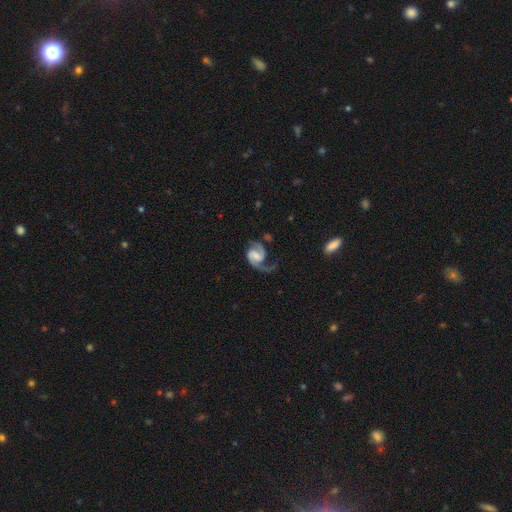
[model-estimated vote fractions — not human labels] Q: Smooth or featured?
A: featured or disk (90%); runner-up: smooth (6%)
Q: Edge-on disk?
A: no (98%); runner-up: yes (2%)
Q: Bar?
A: weak (46%); runner-up: no (35%)
Q: Spiral arms?
A: yes (98%); runner-up: no (2%)
Q: Spiral winding?
A: medium (54%); runner-up: loose (24%)
Q: Spiral arm count?
A: 2 (85%); runner-up: 1 (10%)
Q: Bulge size?
A: small (33%); runner-up: moderate (31%)
Q: Merging?
A: none (58%); runner-up: major disturbance (19%)